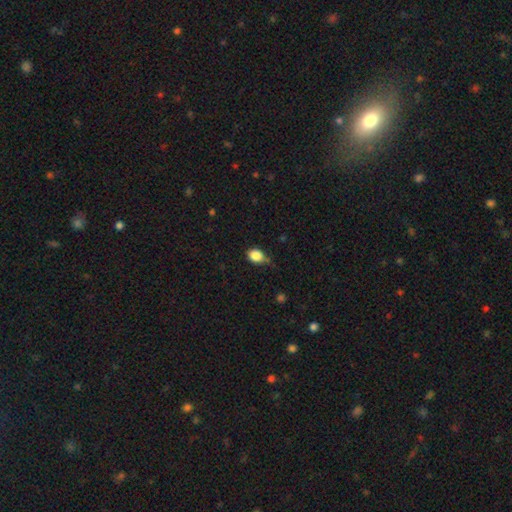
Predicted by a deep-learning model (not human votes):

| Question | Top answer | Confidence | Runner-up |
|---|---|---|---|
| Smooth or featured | smooth | 85% | star or artifact (9%) |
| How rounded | in between | 58% | round (41%) |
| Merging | none | 60% | minor disturbance (32%) |